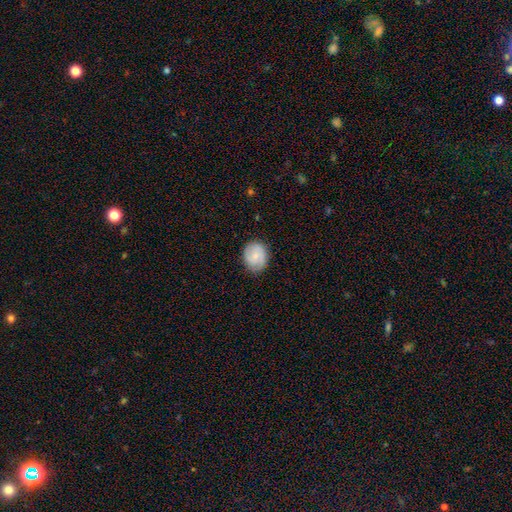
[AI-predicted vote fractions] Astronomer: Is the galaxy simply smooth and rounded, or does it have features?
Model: smooth — 52% (runner-up: featured or disk, 41%).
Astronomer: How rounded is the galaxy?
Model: round — 56% (runner-up: in between, 43%).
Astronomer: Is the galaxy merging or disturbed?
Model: none — 79%.